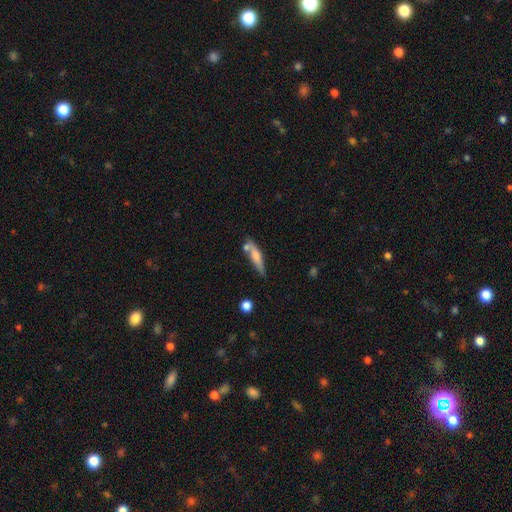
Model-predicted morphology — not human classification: Smooth or featured? smooth (59%)
How rounded? cigar-shaped (79%)
Merging? none (59%)